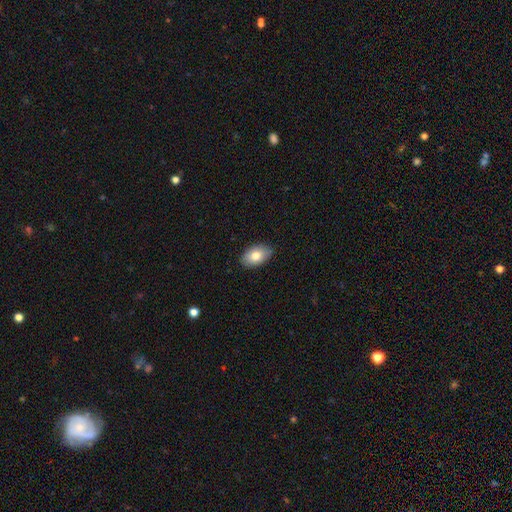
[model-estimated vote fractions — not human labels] This appears to be a smooth galaxy with no disk features (79%) that is in between round and cigar-shaped (93%). Merging: none (87%).